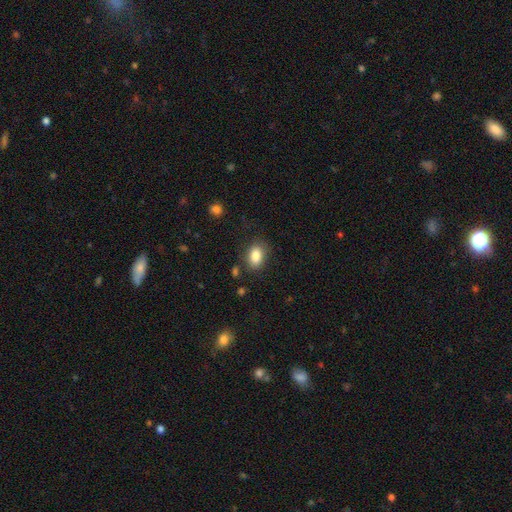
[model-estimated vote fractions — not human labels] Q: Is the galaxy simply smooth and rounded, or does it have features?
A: smooth — 85%.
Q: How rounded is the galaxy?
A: in between — 84%.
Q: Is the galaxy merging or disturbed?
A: none — 80%.